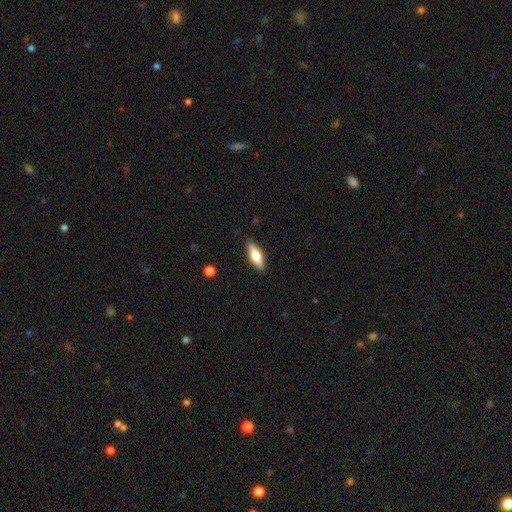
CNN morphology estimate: smooth-or-featured: smooth: 55% | featured or disk: 39% | star or artifact: 6%
  how-rounded: in between: 57% | cigar-shaped: 40% | round: 3%
  merging: none: 88% | minor disturbance: 9% | major disturbance: 2% | merger: 1%